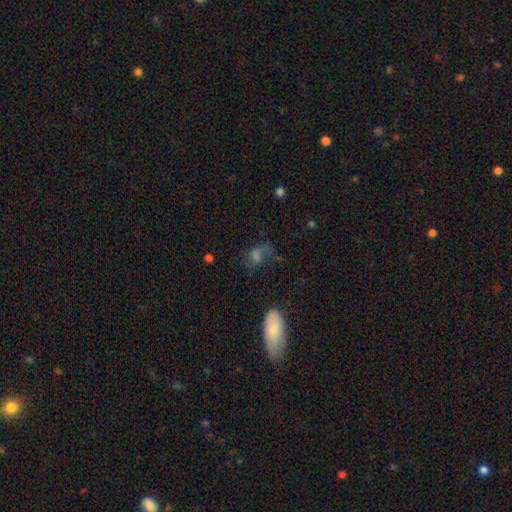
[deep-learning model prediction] smooth 62%, featured or disk 20%, star or artifact 19%. Down the decision tree: how rounded — in between (68%); merging — none (42%).